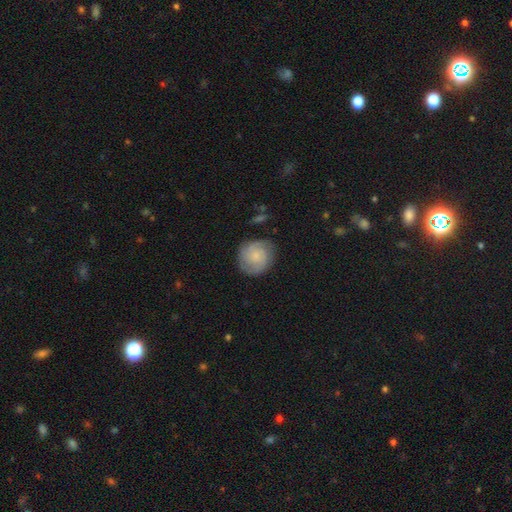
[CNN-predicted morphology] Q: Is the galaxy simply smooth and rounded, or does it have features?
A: featured or disk — 52%.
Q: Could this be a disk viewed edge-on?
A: no — 98%.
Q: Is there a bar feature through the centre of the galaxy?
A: no — 78%.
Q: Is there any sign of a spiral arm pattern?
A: yes — 91%.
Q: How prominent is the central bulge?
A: small — 56%.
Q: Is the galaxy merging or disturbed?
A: none — 76%.